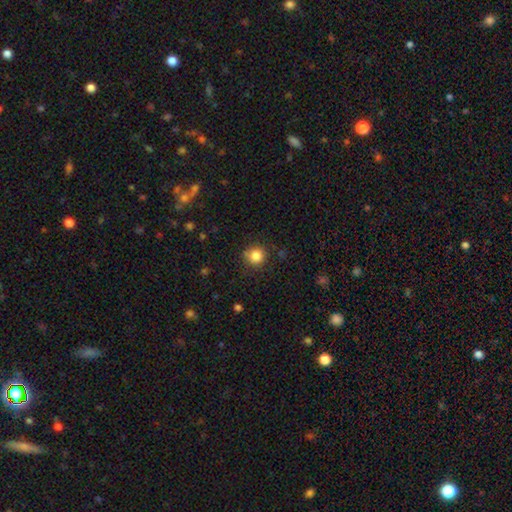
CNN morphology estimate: Q: Smooth or featured?
A: smooth (84%); runner-up: star or artifact (11%)
Q: How rounded?
A: round (92%); runner-up: in between (7%)
Q: Merging?
A: none (82%); runner-up: minor disturbance (13%)